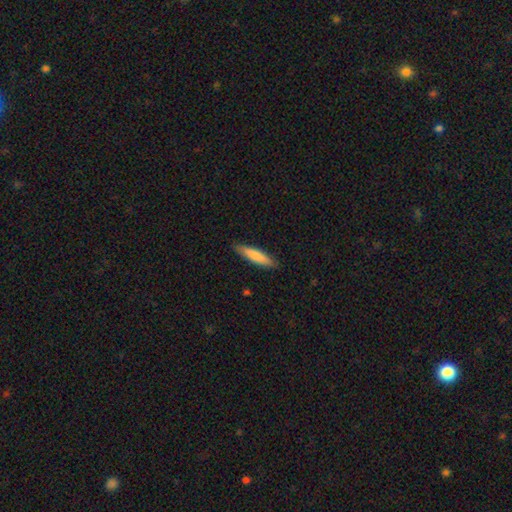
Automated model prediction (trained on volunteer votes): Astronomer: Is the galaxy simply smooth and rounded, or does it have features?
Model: smooth — 80%.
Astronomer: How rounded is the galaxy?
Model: cigar-shaped — 83%.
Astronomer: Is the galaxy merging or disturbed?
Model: none — 88%.